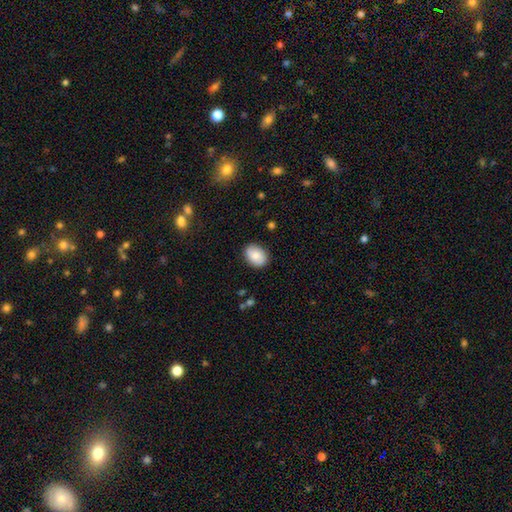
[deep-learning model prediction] Q: Smooth or featured?
A: smooth (80%); runner-up: featured or disk (13%)
Q: How rounded?
A: in between (71%); runner-up: round (28%)
Q: Merging?
A: none (85%); runner-up: minor disturbance (11%)